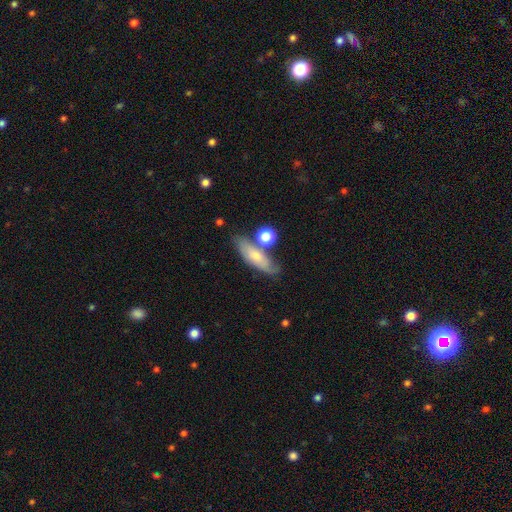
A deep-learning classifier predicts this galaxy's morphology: Smooth or featured: smooth — 59% (featured or disk — 34%)
How rounded: in between — 54% (cigar-shaped — 40%)
Merging: none — 57% (minor disturbance — 20%)